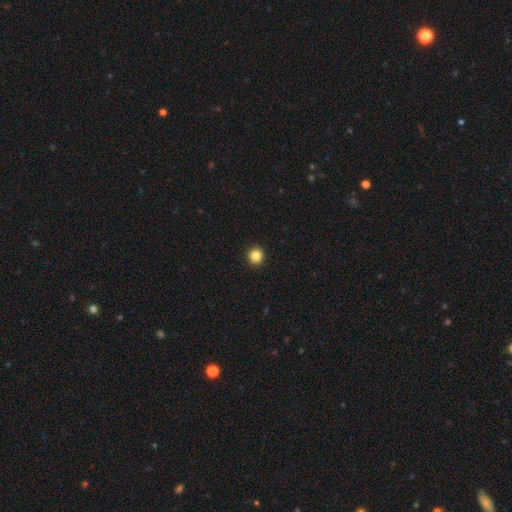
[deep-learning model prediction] Smooth or featured: smooth — 85% (star or artifact — 11%)
How rounded: round — 95% (in between — 4%)
Merging: none — 94% (minor disturbance — 4%)